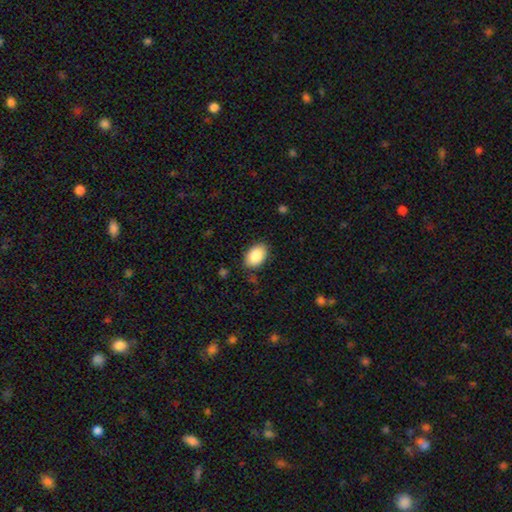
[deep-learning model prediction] Morphology: type=smooth (88%); roundness=in between (89%); merging=none (83%).